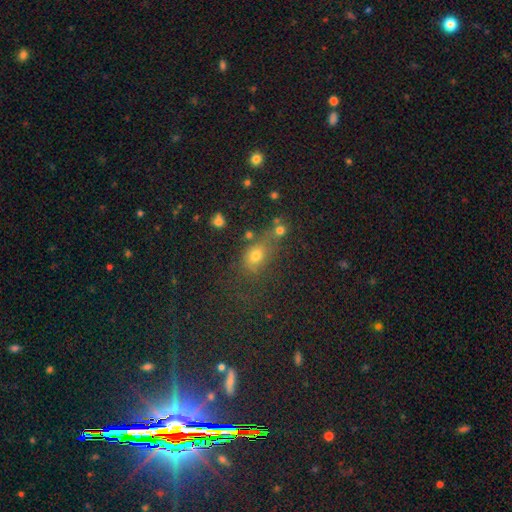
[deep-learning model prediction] Q: Smooth or featured?
A: smooth (68%); runner-up: star or artifact (21%)
Q: How rounded?
A: in between (53%); runner-up: round (44%)
Q: Merging?
A: none (53%); runner-up: merger (20%)